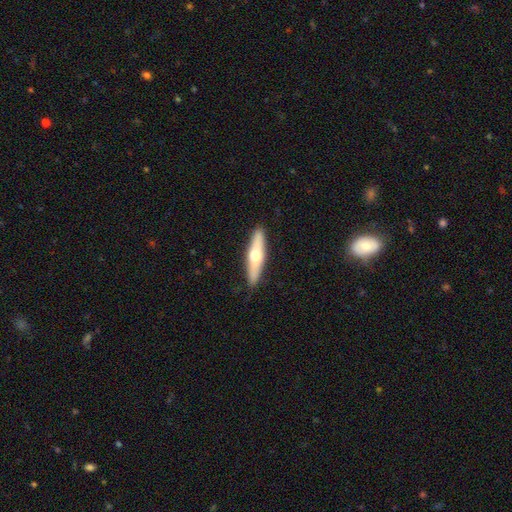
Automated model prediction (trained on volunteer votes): Overall: smooth (48%; featured or disk 47%). Merging: none (89%).